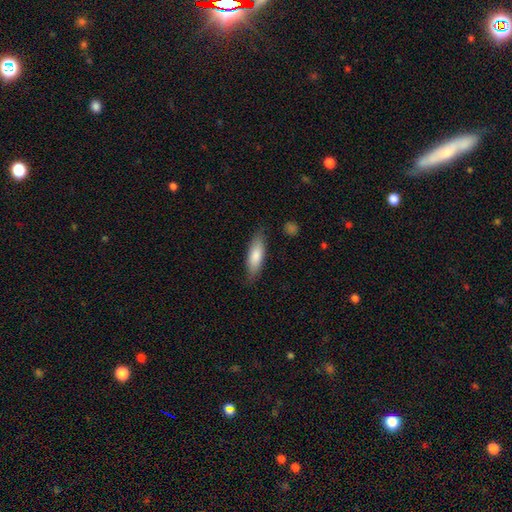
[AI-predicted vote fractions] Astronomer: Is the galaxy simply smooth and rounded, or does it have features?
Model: smooth — 80%.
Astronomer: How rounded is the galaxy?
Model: in between — 52% (runner-up: cigar-shaped, 47%).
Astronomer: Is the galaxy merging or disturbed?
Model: none — 81%.